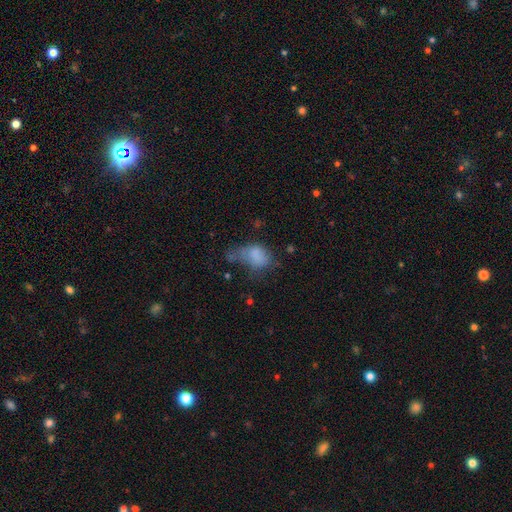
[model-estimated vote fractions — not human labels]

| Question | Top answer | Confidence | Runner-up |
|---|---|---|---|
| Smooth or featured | smooth | 69% | featured or disk (18%) |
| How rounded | in between | 78% | round (20%) |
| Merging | major disturbance | 37% | minor disturbance (28%) |